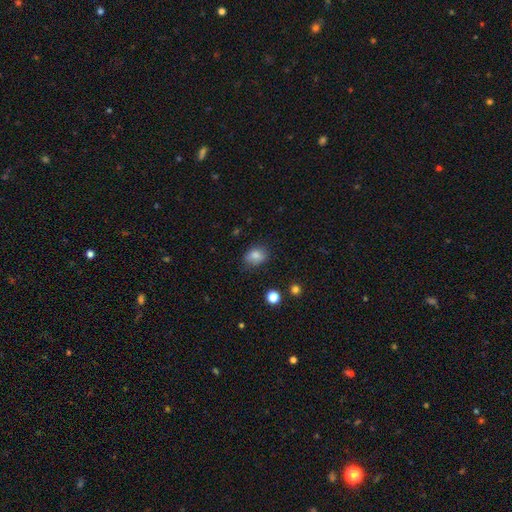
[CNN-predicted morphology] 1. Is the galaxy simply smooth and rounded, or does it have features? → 82% smooth, 10% star or artifact, 8% featured or disk.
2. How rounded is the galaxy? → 65% in between, 34% round, 1% cigar-shaped.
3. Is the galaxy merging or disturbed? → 76% none, 18% minor disturbance, 4% major disturbance, 2% merger.